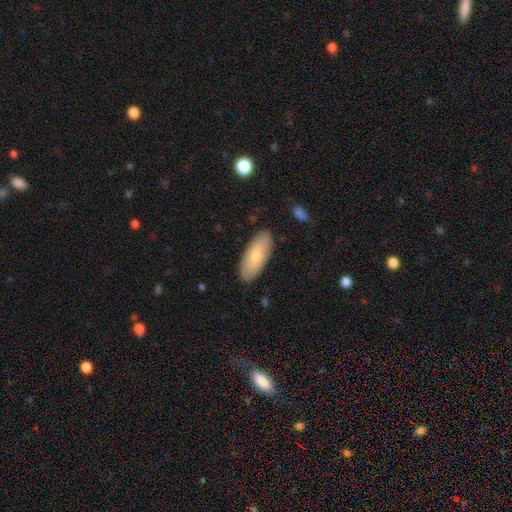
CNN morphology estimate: This is likely a smooth galaxy (71%). How rounded: clearly in between (80%). Merging: clearly none (88%).